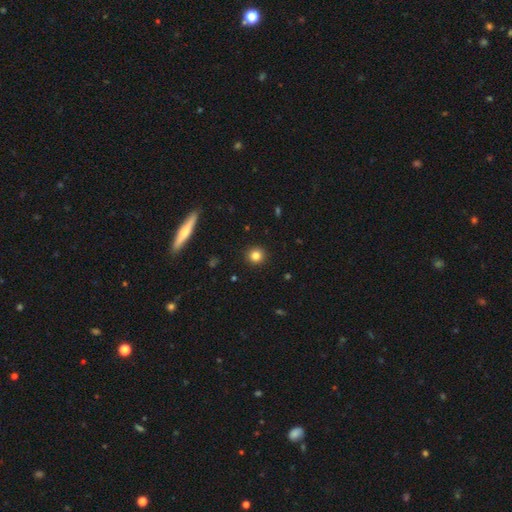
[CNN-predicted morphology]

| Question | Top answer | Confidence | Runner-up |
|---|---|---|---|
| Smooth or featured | smooth | 82% | star or artifact (11%) |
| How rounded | round | 93% | in between (6%) |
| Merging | none | 92% | minor disturbance (5%) |